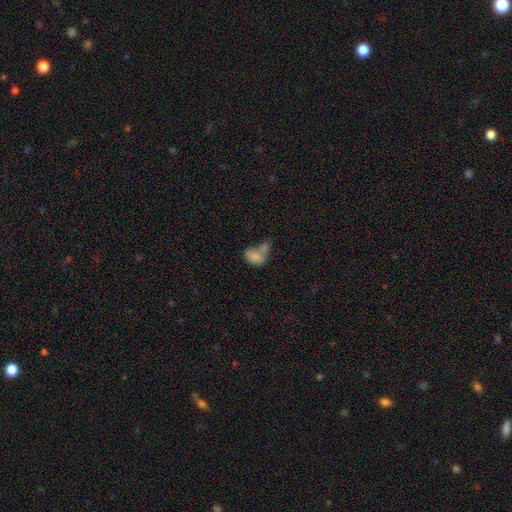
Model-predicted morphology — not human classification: Smooth or featured?
  - smooth: 79% *
  - featured or disk: 12%
  - star or artifact: 9%
How rounded?
  - in between: 79% *
  - round: 19%
  - cigar-shaped: 2%
Merging?
  - merger: 52% *
  - none: 24%
  - minor disturbance: 14%
  - major disturbance: 10%